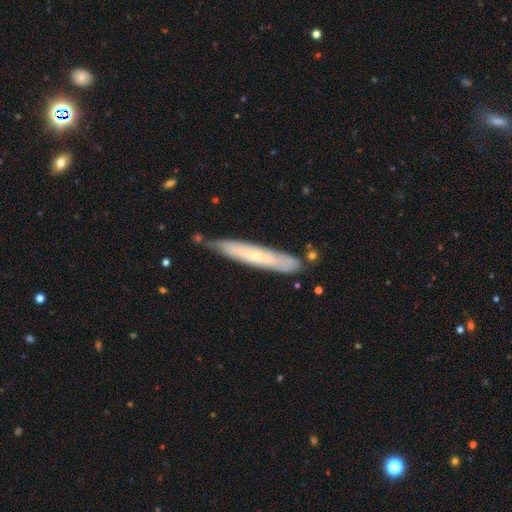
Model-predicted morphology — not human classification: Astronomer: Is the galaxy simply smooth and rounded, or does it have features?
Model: featured or disk — 54% (runner-up: smooth, 39%).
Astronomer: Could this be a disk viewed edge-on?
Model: yes — 67%.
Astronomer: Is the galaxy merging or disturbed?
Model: none — 71%.